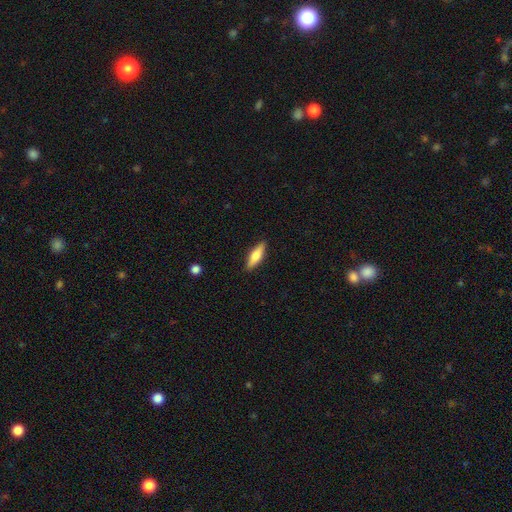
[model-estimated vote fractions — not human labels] Morphology: type=smooth (61%); roundness=cigar-shaped (57%); merging=none (89%).